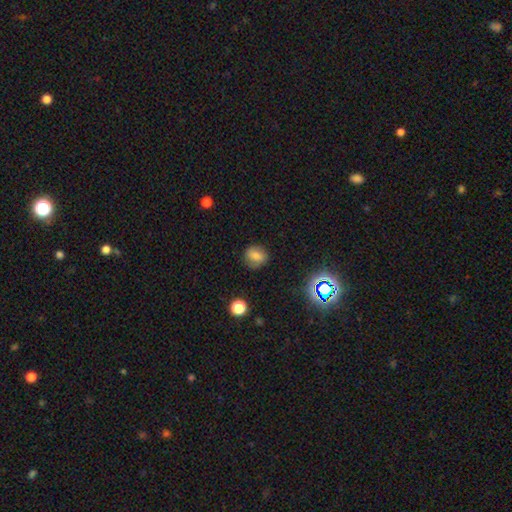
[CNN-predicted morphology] Smooth or featured? smooth (71%)
How rounded? round (73%)
Merging? none (80%)